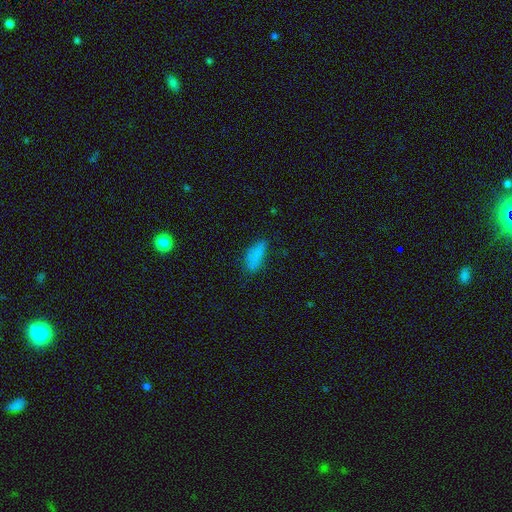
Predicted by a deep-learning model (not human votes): The model was most divided on "merging": none: 60%, minor disturbance: 26%, major disturbance: 11%, merger: 3%. More confident: smooth or featured — smooth (78%); how rounded — in between (74%).